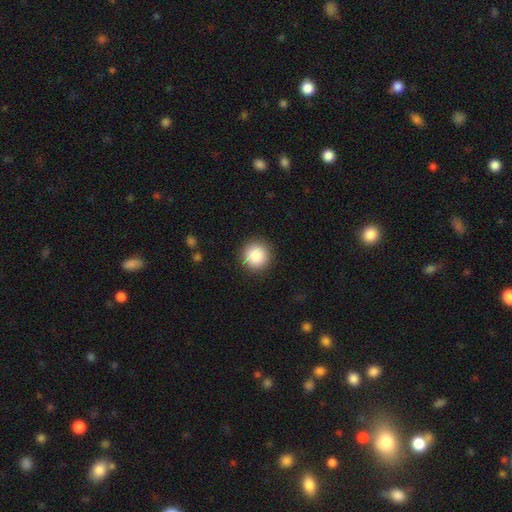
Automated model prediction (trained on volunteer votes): Smooth or featured? smooth (88%)
How rounded? round (95%)
Merging? none (91%)